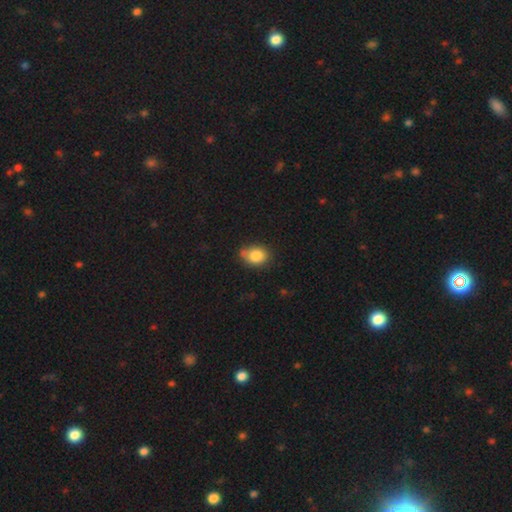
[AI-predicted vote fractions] Smooth or featured?
  - smooth: 83% *
  - star or artifact: 9%
  - featured or disk: 8%
How rounded?
  - in between: 53% *
  - round: 46%
  - cigar-shaped: 1%
Merging?
  - none: 63% *
  - minor disturbance: 24%
  - merger: 7%
  - major disturbance: 5%